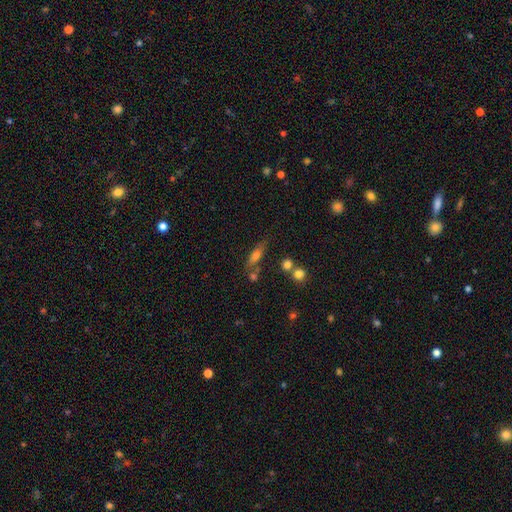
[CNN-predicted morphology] Smooth or featured: smooth — 56% (featured or disk — 30%)
How rounded: cigar-shaped — 54% (in between — 40%)
Merging: none — 65% (minor disturbance — 15%)